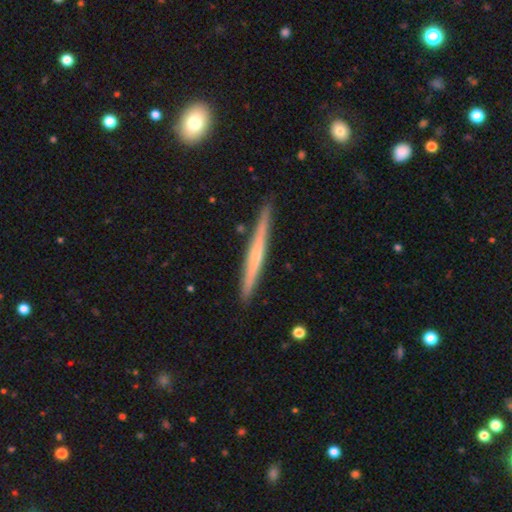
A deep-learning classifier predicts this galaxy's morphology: Smooth or featured: featured or disk — 56% (smooth — 38%)
Edge-on disk: yes — 97% (no — 3%)
Edge-on bulge: none — 65% (rounded — 29%)
Merging: none — 89% (minor disturbance — 8%)